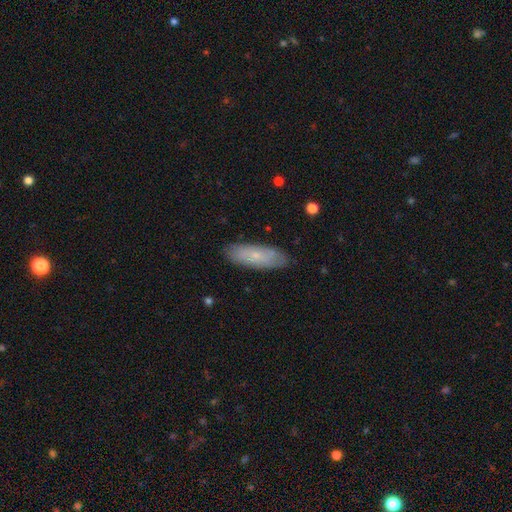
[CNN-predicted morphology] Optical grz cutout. It shows a smooth galaxy with no disk features (60%) that is in between round and cigar-shaped (61%). Merging: none (84%).